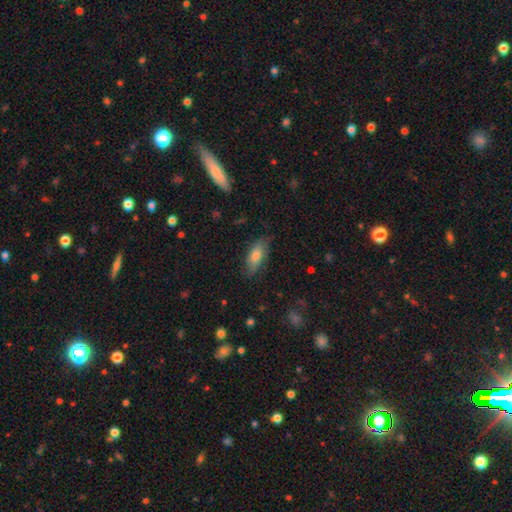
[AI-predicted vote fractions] Morphology: type=smooth (63%); roundness=in between (78%); merging=none (74%).